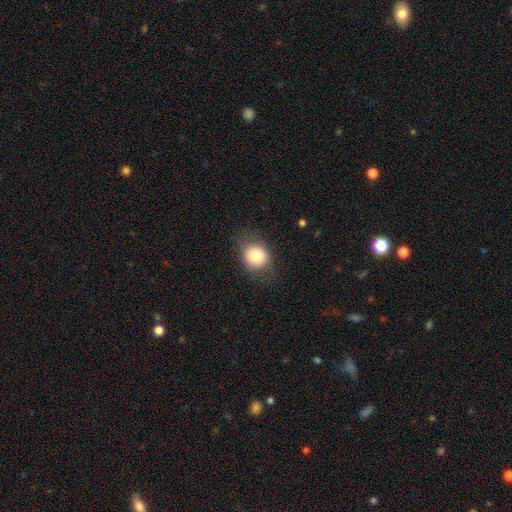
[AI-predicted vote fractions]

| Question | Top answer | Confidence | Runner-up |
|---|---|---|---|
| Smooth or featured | smooth | 78% | featured or disk (12%) |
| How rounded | round | 74% | in between (25%) |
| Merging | none | 76% | minor disturbance (16%) |